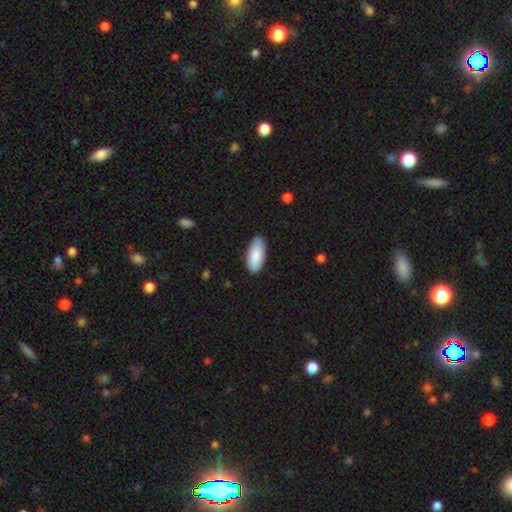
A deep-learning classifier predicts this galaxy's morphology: This appears to be a smooth galaxy with no disk features (89%) that is in between round and cigar-shaped (89%). Merging: none (86%).